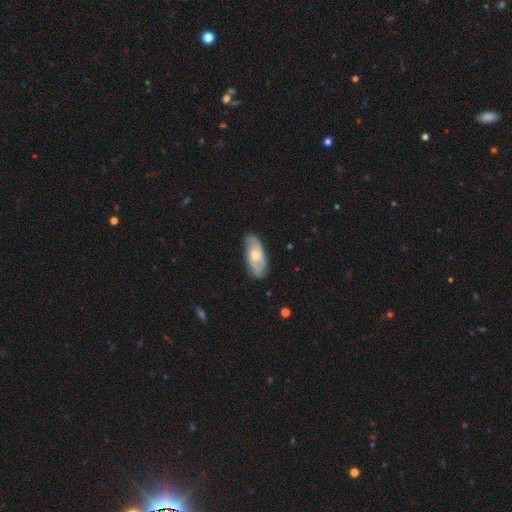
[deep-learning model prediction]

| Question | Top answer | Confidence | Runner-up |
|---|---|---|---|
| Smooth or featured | smooth | 56% | featured or disk (38%) |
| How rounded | in between | 84% | cigar-shaped (13%) |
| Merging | none | 77% | minor disturbance (18%) |